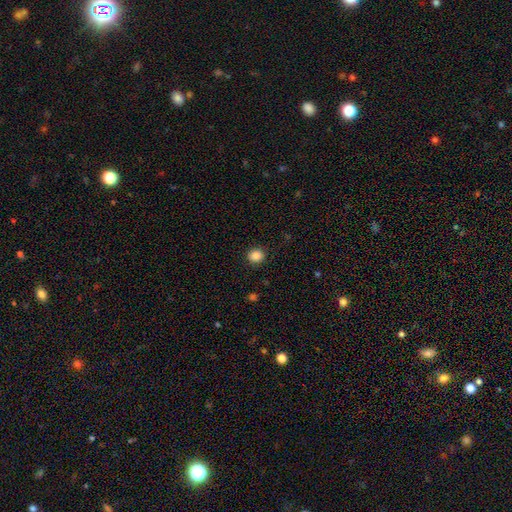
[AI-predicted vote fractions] A smooth galaxy with no disk features (86%) that is round (81%).

Vote fractions:
- Smooth or featured? smooth: 86% / star or artifact: 10% / featured or disk: 4%
- How rounded? round: 81% / in between: 18% / cigar-shaped: 1%
- Merging? none: 90% / minor disturbance: 7% / major disturbance: 2% / merger: 1%